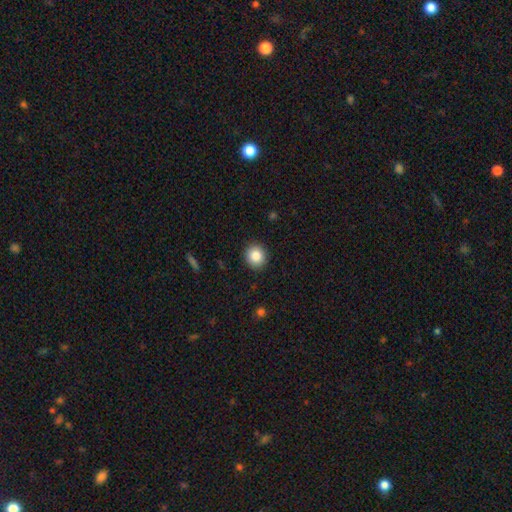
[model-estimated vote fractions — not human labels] Smooth or featured? Predicted: smooth (p=0.85). How rounded? Predicted: round (p=0.89). Merging? Predicted: none (p=0.91).